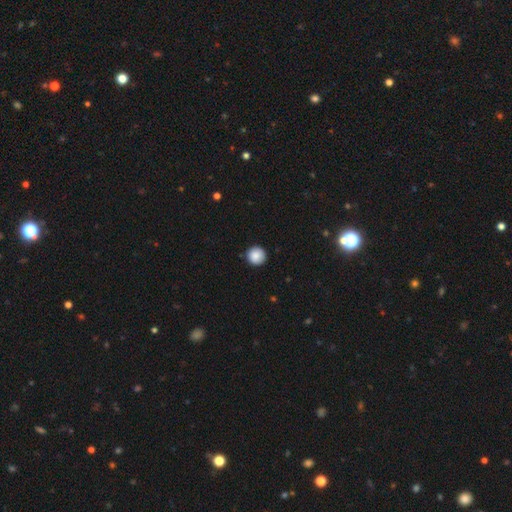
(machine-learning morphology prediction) smooth 87%, star or artifact 8%, featured or disk 5%. Down the decision tree: how rounded — round (96%); merging — none (91%).